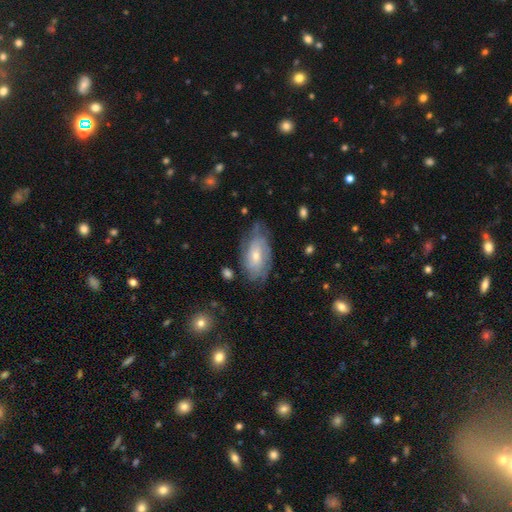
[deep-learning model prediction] This appears to be a featured or disk galaxy (65%) with no bar (68%), spiral arms (83%) and a small central bulge (55%). Merging: none (65%).